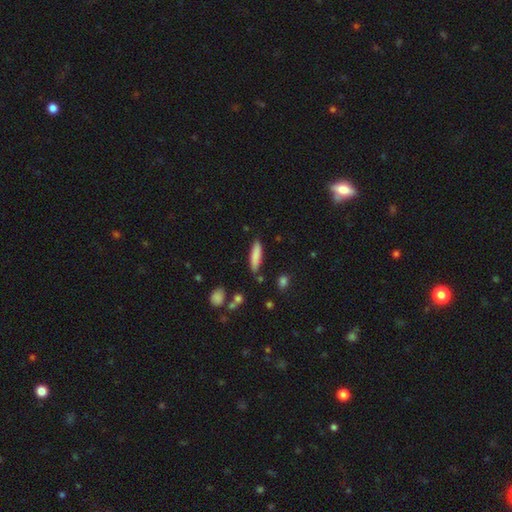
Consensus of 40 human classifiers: Volunteers were most divided on "smooth or featured": smooth: 80%, featured or disk: 12%, star or artifact: 8%. More confident: how rounded — cigar-shaped (100%); merging — none (89%).